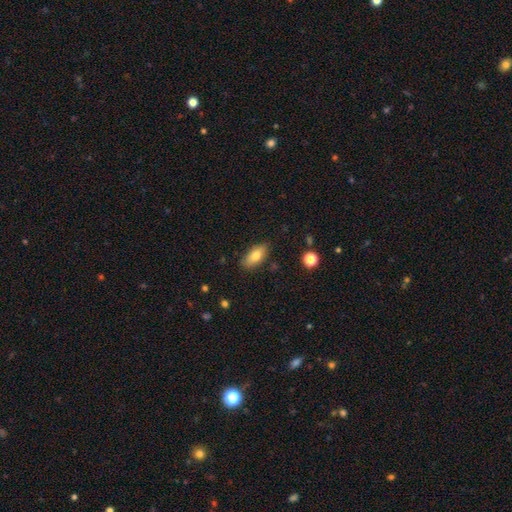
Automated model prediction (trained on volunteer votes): smooth-or-featured: smooth: 77% | featured or disk: 15% | star or artifact: 8%
  how-rounded: in between: 86% | cigar-shaped: 10% | round: 4%
  merging: none: 84% | minor disturbance: 12% | major disturbance: 2% | merger: 2%